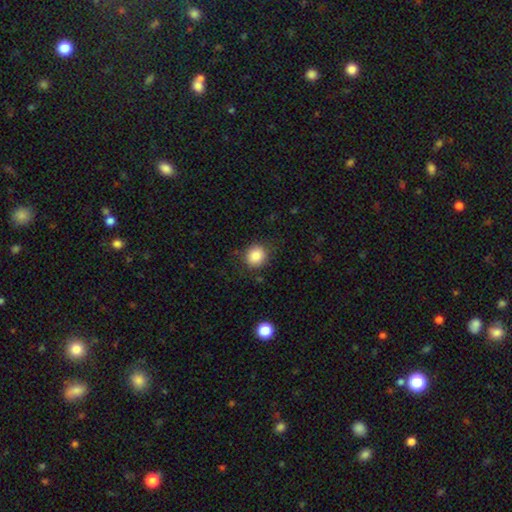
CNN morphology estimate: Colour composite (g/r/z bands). It shows a smooth galaxy with no disk features (86%) that is round (81%). Merging: none (84%).